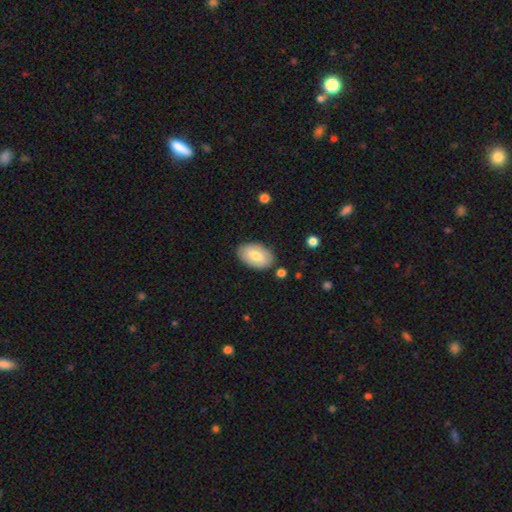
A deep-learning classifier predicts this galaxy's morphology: smooth_or_featured: smooth (p=0.65) [alt: featured or disk p=0.30]
how_rounded: in between (p=0.93) [alt: round p=0.05]
merging: none (p=0.83) [alt: minor disturbance p=0.12]